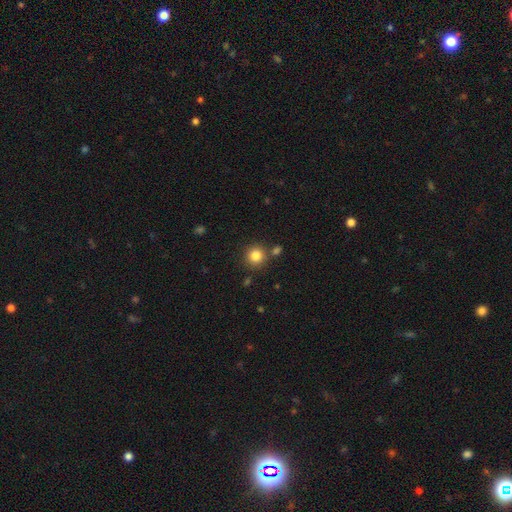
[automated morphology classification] A smooth galaxy with no disk features (84%) that is round (93%). Merging: none (80%).